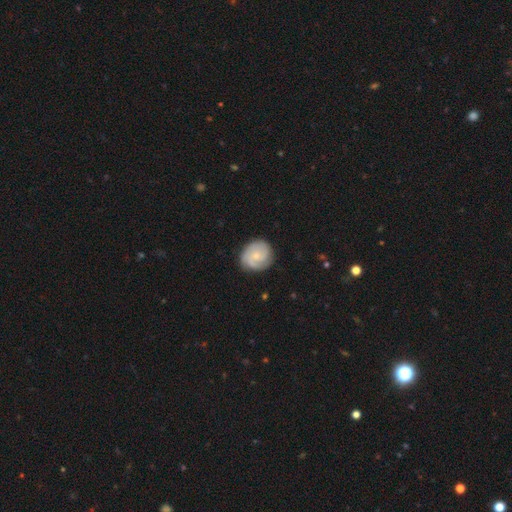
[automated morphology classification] Smooth or featured? featured or disk (60%)
Edge-on disk? no (98%)
Bar? no (76%)
Spiral arms? yes (91%)
Spiral winding? tight (57%)
Spiral arm count? 2 (31%)
Bulge size? small (70%)
Merging? none (79%)